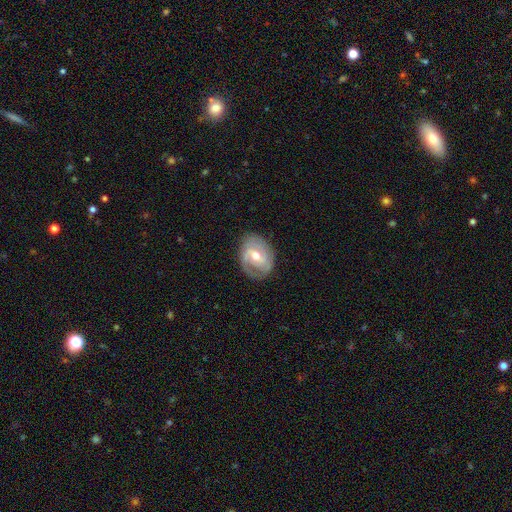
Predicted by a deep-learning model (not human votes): Morphology: type=featured or disk (75%); edge-on=no (96%); bar=weak (48%); spiral arms=yes (87%); winding=tight (47%); arm count=2 (61%); bulge=moderate (71%); merging=none (74%).